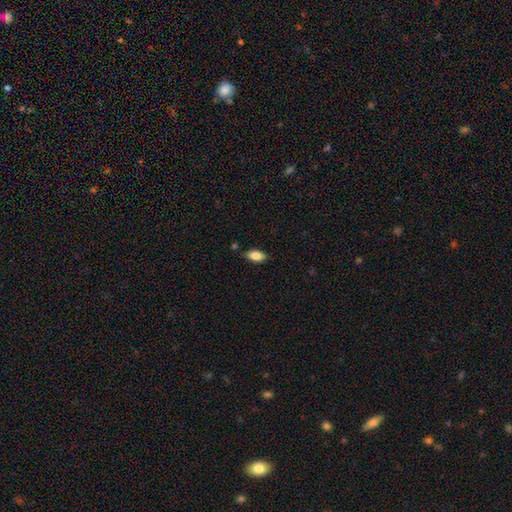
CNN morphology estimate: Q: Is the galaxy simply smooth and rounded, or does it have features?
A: smooth — 86%.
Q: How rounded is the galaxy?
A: in between — 92%.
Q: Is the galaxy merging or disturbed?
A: none — 81%.